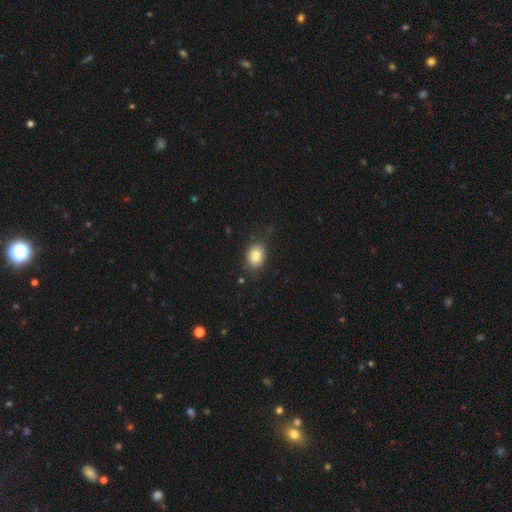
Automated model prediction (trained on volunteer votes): smooth 84%, star or artifact 9%, featured or disk 7%. Down the decision tree: how rounded — in between (61%); merging — none (76%).